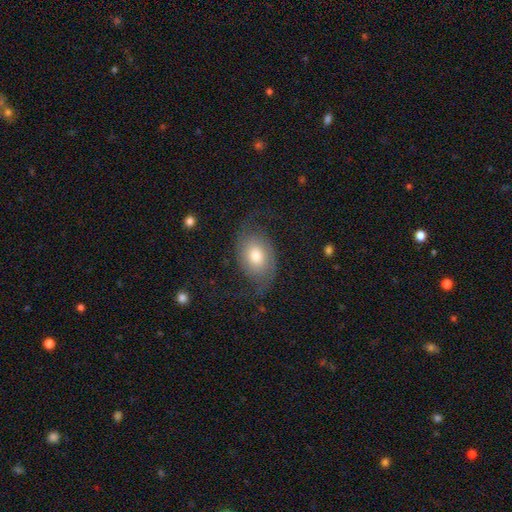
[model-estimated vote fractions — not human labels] Smooth or featured? Predicted: featured or disk (p=0.68). Edge-on disk? Predicted: no (p=0.96). Bar? Predicted: no (p=0.71). Spiral arms? Predicted: yes (p=0.91). Spiral winding? Predicted: loose (p=0.55). Spiral arm count? Predicted: 2 (p=0.91). Bulge size? Predicted: moderate (p=0.63). Merging? Predicted: none (p=0.64).